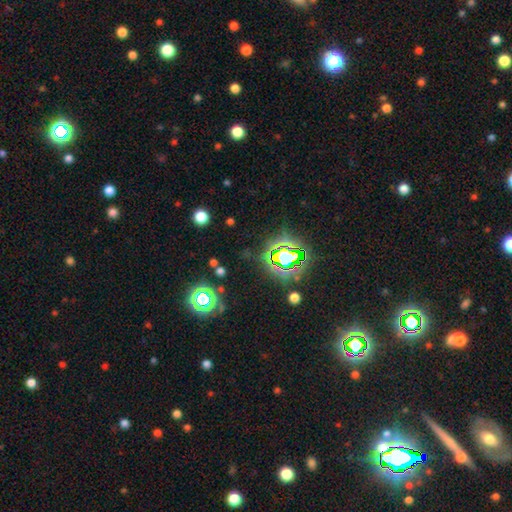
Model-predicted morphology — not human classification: This appears to be a star or artifact, not a galaxy (79%).